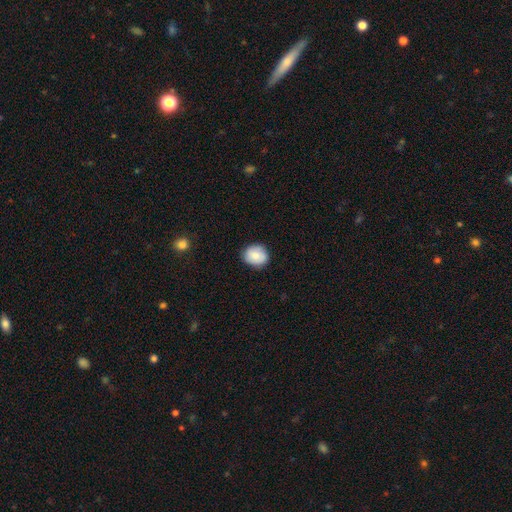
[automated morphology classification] smooth_or_featured: smooth (p=0.80) [alt: featured or disk p=0.13]
how_rounded: round (p=0.72) [alt: in between p=0.27]
merging: none (p=0.83) [alt: minor disturbance p=0.13]